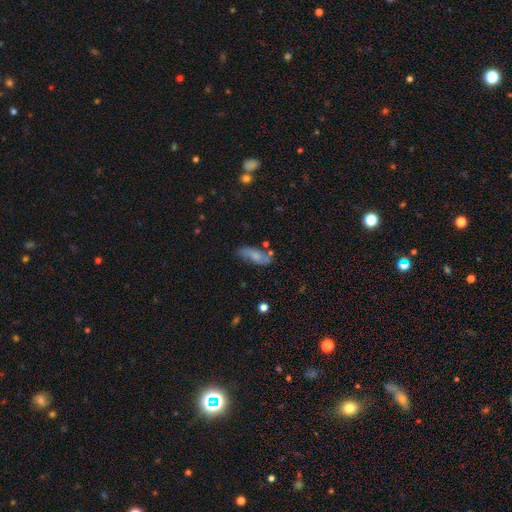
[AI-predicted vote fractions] Smooth or featured? Predicted: smooth (p=0.66). How rounded? Predicted: in between (p=0.71). Merging? Predicted: none (p=0.58).